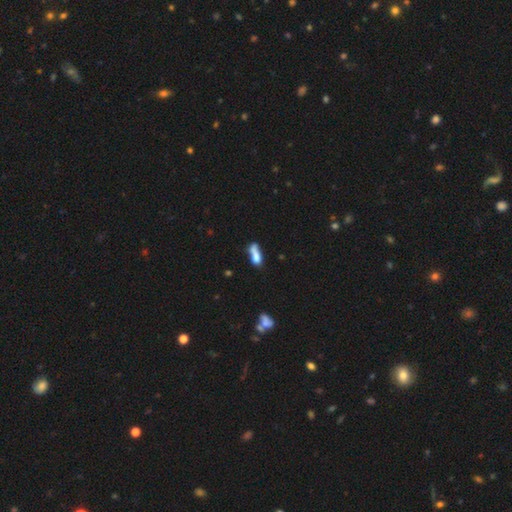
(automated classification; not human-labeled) smooth_or_featured: smooth (p=0.69) [alt: featured or disk p=0.21]
how_rounded: in between (p=0.56) [alt: cigar-shaped p=0.39]
merging: merger (p=0.36) [alt: none p=0.30]